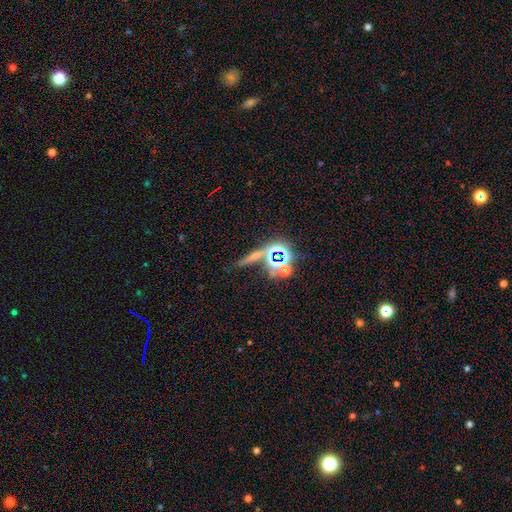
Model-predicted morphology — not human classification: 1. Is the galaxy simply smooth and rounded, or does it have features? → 42% star or artifact, 36% smooth, 22% featured or disk.